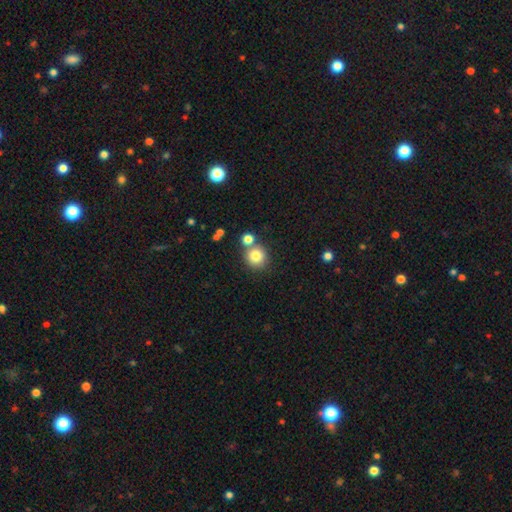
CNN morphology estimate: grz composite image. It shows a smooth galaxy with no disk features (81%) that is round (89%). Merging: none (66%).